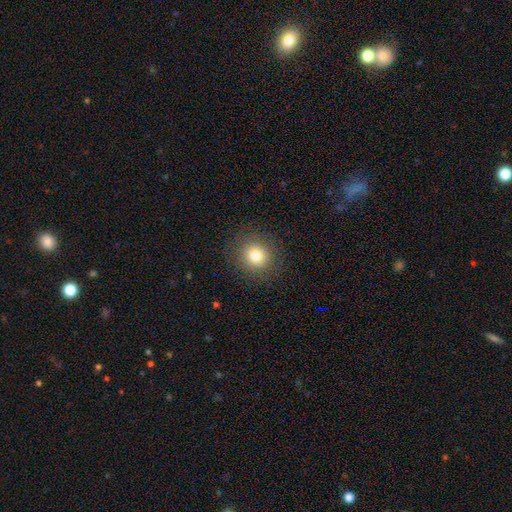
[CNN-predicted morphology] Q: Smooth or featured?
A: smooth (80%); runner-up: star or artifact (12%)
Q: How rounded?
A: round (88%); runner-up: in between (11%)
Q: Merging?
A: none (89%); runner-up: minor disturbance (7%)